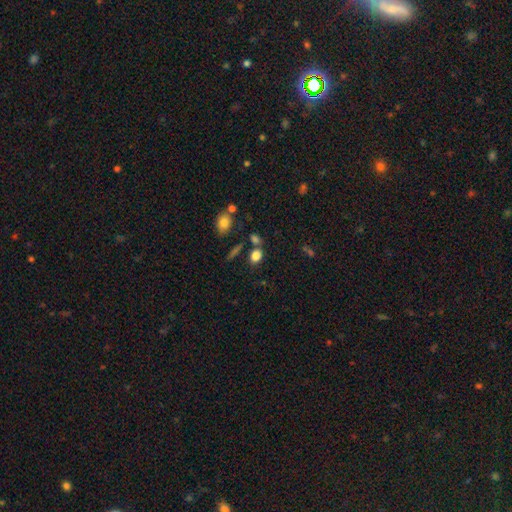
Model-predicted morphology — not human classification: Smooth or featured: smooth — 81% (star or artifact — 12%)
How rounded: in between — 64% (round — 34%)
Merging: none — 66% (merger — 17%)